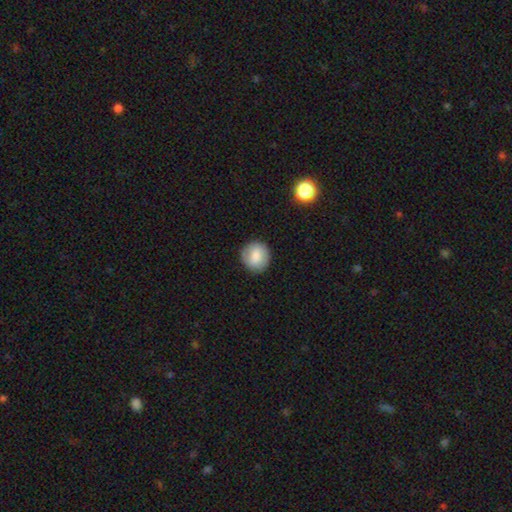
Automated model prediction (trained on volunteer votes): Morphology: type=smooth (78%); roundness=round (87%); merging=none (87%).